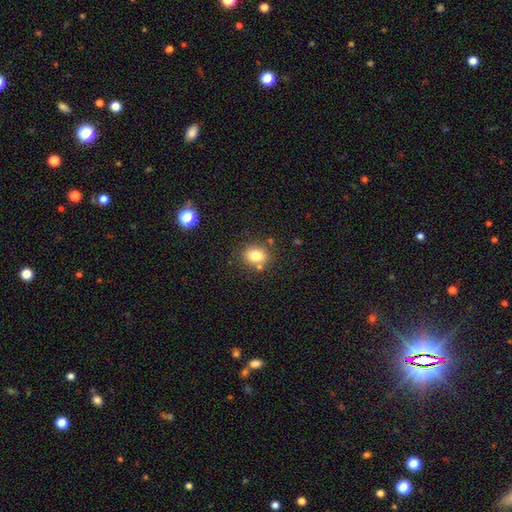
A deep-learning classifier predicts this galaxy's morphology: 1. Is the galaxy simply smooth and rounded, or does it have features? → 80% smooth, 11% star or artifact, 9% featured or disk.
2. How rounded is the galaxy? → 51% round, 48% in between, 1% cigar-shaped.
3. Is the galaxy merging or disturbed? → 75% none, 12% minor disturbance, 10% merger, 4% major disturbance.